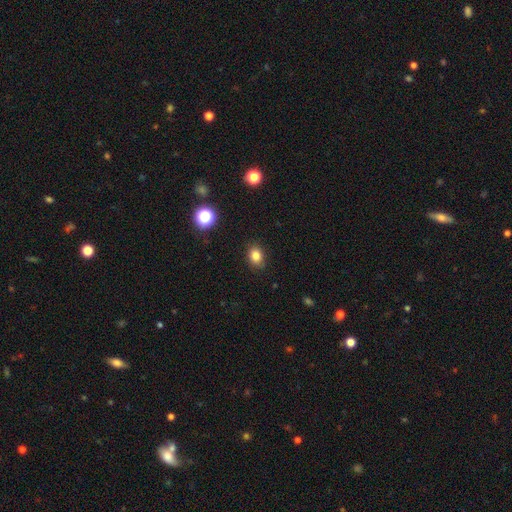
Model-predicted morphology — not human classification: type=smooth (82%); roundness=in between (57%); merging=none (87%).